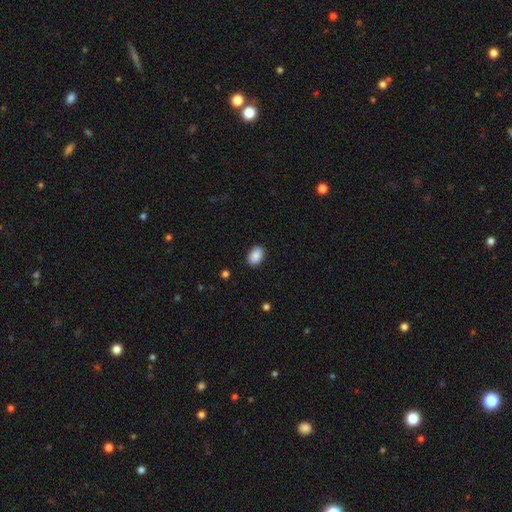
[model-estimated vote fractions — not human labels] This appears to be a smooth galaxy with no disk features (90%) that is in between round and cigar-shaped (89%). Merging: none (89%).